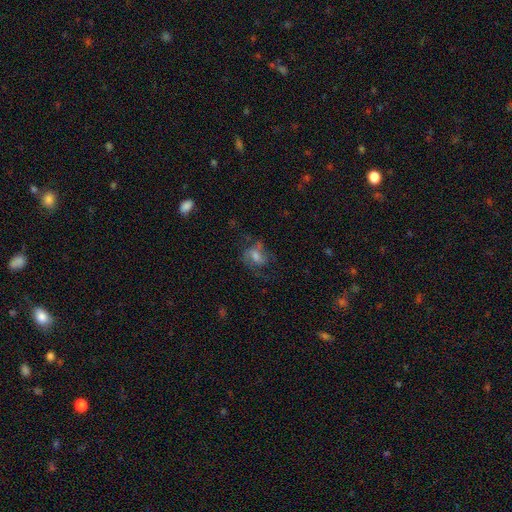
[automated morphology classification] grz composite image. It shows a featured or disk galaxy (56%) with no bar (47%), spiral arms (78%) and a moderate central bulge (46%). Merging: none (54%).